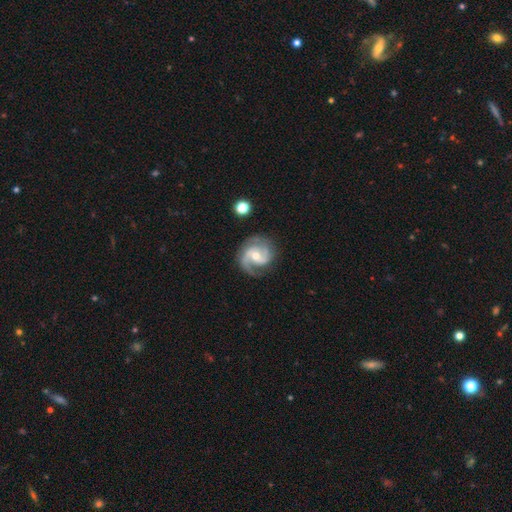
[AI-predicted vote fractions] featured or disk 90%, smooth 5%, star or artifact 4%. Down the decision tree: edge-on disk — no (98%); bar — weak (42%, tied with no); spiral arms — yes (98%); spiral arm count — 2 (76%); spiral winding — medium (55%); bulge size — moderate (55%); merging — none (79%).